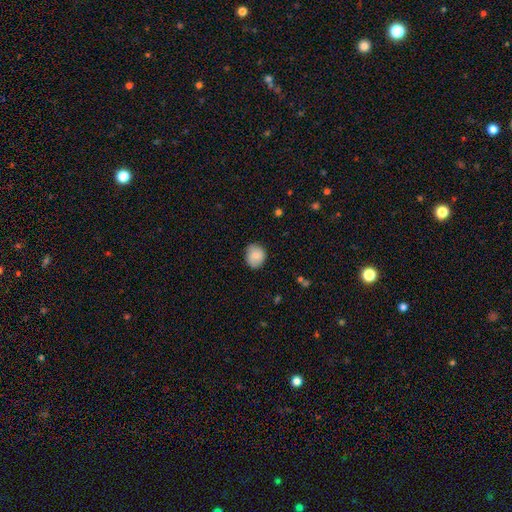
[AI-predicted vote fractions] Q: Smooth or featured?
A: smooth (79%); runner-up: featured or disk (14%)
Q: How rounded?
A: round (67%); runner-up: in between (32%)
Q: Merging?
A: none (80%); runner-up: minor disturbance (16%)